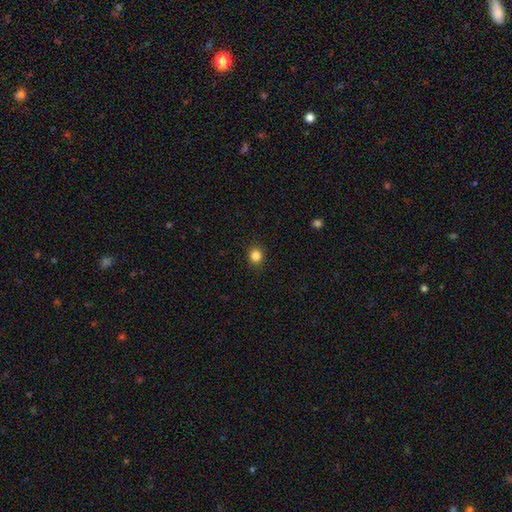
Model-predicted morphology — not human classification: A smooth galaxy with no disk features (85%) that is round (83%).

Vote fractions:
- Smooth or featured? smooth: 85% / star or artifact: 12% / featured or disk: 4%
- How rounded? round: 83% / in between: 16% / cigar-shaped: 1%
- Merging? none: 91% / minor disturbance: 6% / major disturbance: 2% / merger: 1%